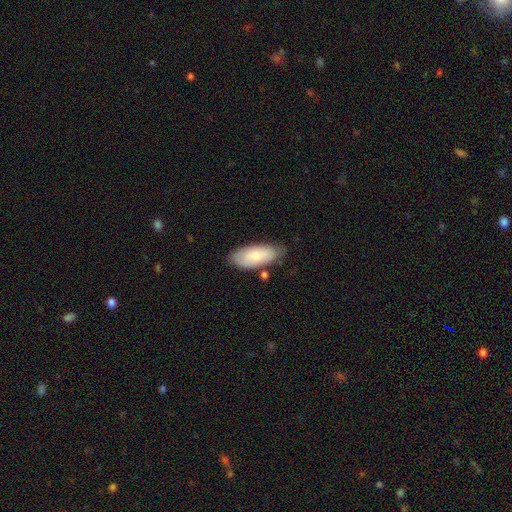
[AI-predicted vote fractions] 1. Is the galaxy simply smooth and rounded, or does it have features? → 77% smooth, 17% featured or disk, 6% star or artifact.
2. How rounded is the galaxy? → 87% in between, 11% cigar-shaped, 2% round.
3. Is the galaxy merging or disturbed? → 70% none, 21% minor disturbance, 4% merger, 4% major disturbance.